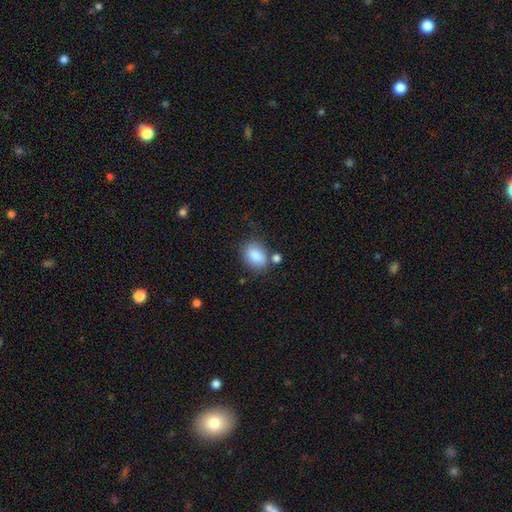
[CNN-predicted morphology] Overall: smooth (86%). How rounded: in between (75%). Merging: none (66%).